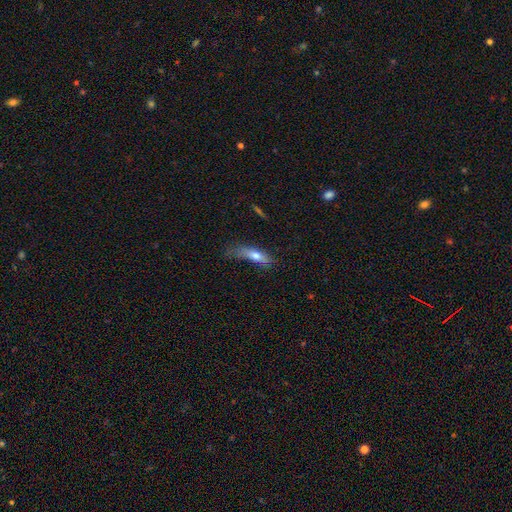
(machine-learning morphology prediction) This is likely a smooth galaxy (69%). How rounded: possibly cigar-shaped (51%). Merging: marginally none (35%, tied with minor disturbance).